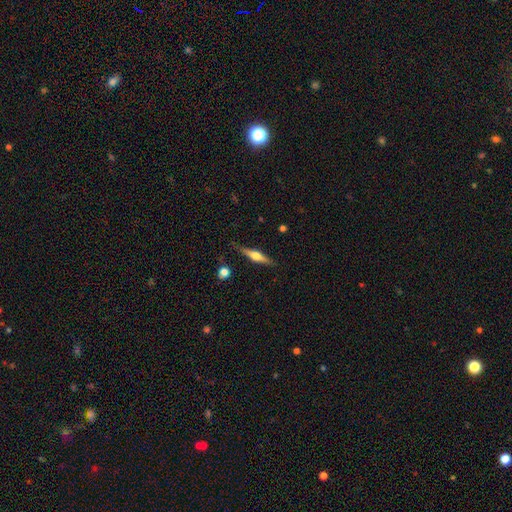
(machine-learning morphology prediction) Smooth or featured?
  - featured or disk: 65% *
  - smooth: 29%
  - star or artifact: 6%
Edge-on disk?
  - yes: 97% *
  - no: 3%
Edge-on bulge?
  - rounded: 91% *
  - boxy: 7%
  - none: 3%
Merging?
  - none: 84% *
  - minor disturbance: 11%
  - major disturbance: 3%
  - merger: 2%